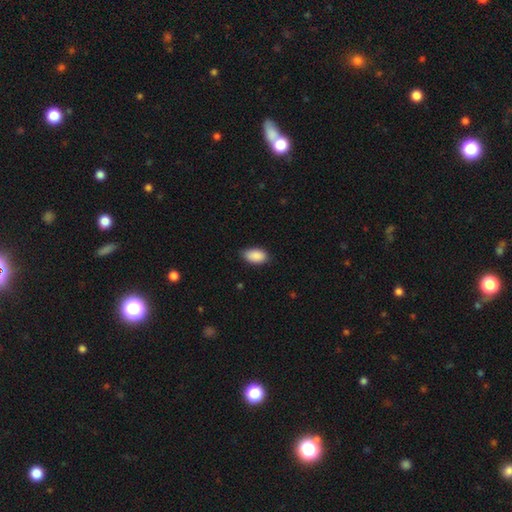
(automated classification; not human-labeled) smooth_or_featured: smooth (p=0.90) [alt: star or artifact p=0.07]
how_rounded: in between (p=0.94) [alt: round p=0.04]
merging: none (p=0.81) [alt: minor disturbance p=0.16]